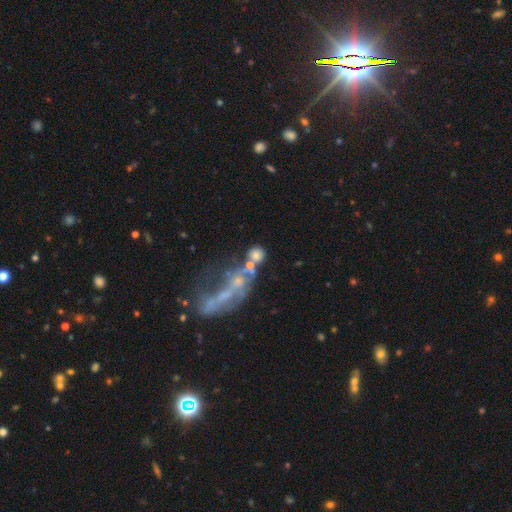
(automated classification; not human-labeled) smooth_or_featured: smooth (p=0.61) [alt: featured or disk p=0.25]
how_rounded: round (p=0.76) [alt: in between p=0.21]
merging: none (p=0.38) [alt: merger p=0.37]